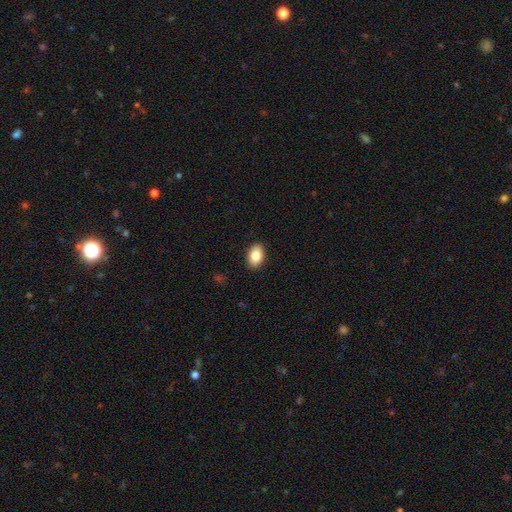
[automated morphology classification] A smooth galaxy with no disk features (85%) that is in between round and cigar-shaped (87%). Merging: none (90%).